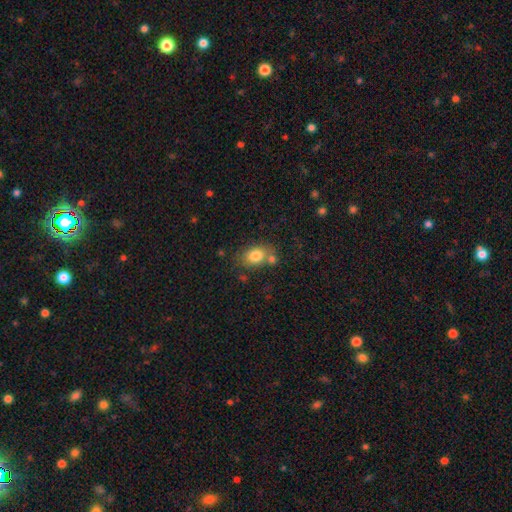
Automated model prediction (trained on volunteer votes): smooth_or_featured: smooth (p=0.80) [alt: featured or disk p=0.11]
how_rounded: in between (p=0.73) [alt: round p=0.26]
merging: none (p=0.60) [alt: merger p=0.20]